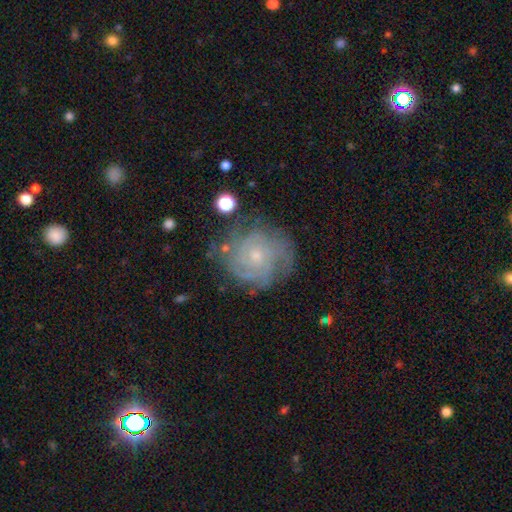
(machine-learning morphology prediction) featured or disk 76%, smooth 15%, star or artifact 9%. Down the decision tree: edge-on disk — no (98%); bar — no (79%); spiral arms — yes (92%); spiral arm count — can't tell (39%); spiral winding — tight (68%); bulge size — small (68%); merging — none (73%).